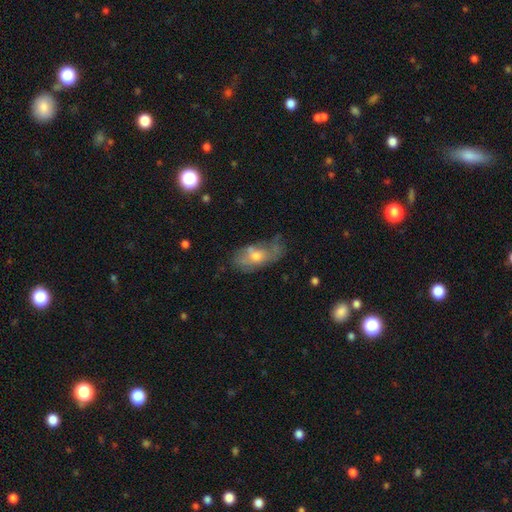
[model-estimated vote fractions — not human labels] Morphology: type=smooth (48%); merging=none (43%).